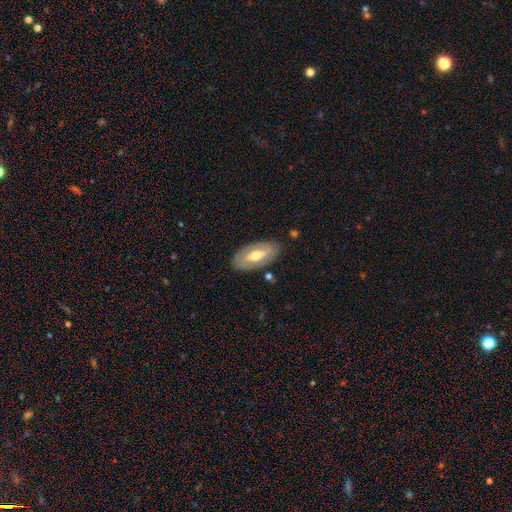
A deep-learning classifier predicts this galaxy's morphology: Smooth or featured?
  - featured or disk: 61% *
  - smooth: 34%
  - star or artifact: 5%
Edge-on disk?
  - no: 84% *
  - yes: 16%
Bar?
  - strong: 35% *
  - no: 33%
  - weak: 32%
Spiral arms?
  - no: 63% *
  - yes: 37%
Bulge size?
  - moderate: 72% *
  - small: 15%
  - large: 10%
  - dominant: 1%
  - none: 1%
Merging?
  - none: 82% *
  - minor disturbance: 13%
  - major disturbance: 4%
  - merger: 2%